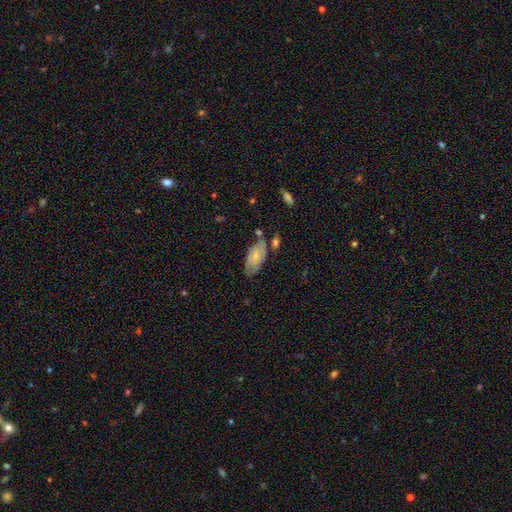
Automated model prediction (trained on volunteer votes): smooth_or_featured: smooth (p=0.52) [alt: featured or disk p=0.41]
how_rounded: in between (p=0.89) [alt: cigar-shaped p=0.07]
merging: none (p=0.53) [alt: minor disturbance p=0.27]